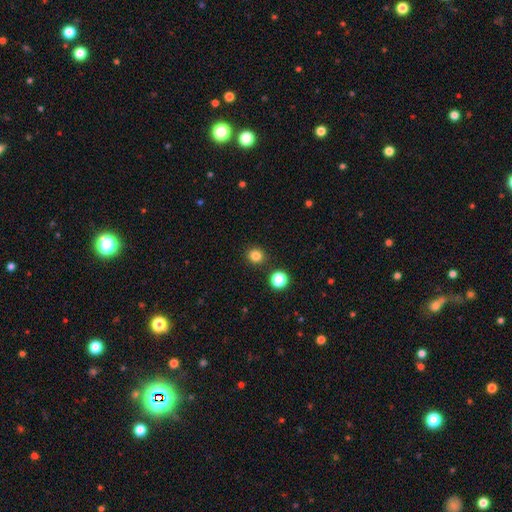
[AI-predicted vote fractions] A smooth galaxy with no disk features (83%) that is round (88%). Merging: none (90%).